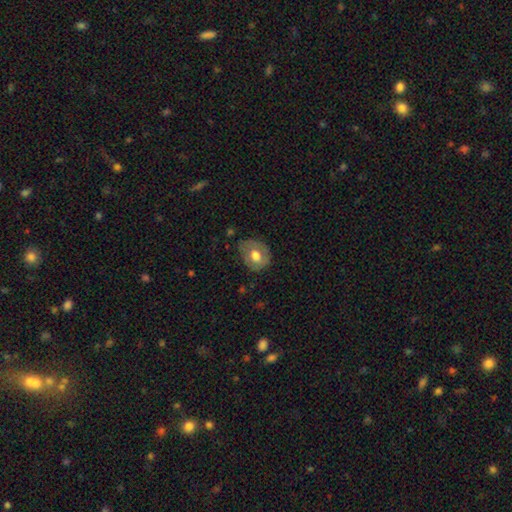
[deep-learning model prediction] This appears to be a smooth galaxy with no disk features (63%) that is round (55%). Merging: none (61%).